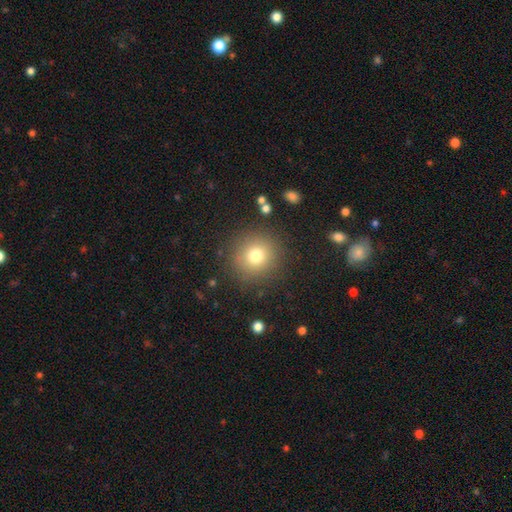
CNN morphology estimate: This appears to be a smooth galaxy with no disk features (76%) that is round (93%). Merging: none (87%).